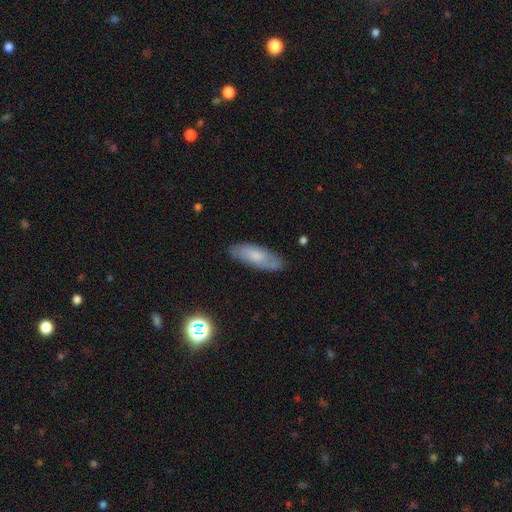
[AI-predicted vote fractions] A smooth galaxy with no disk features (61%) that is in between round and cigar-shaped (64%). Merging: none (78%).